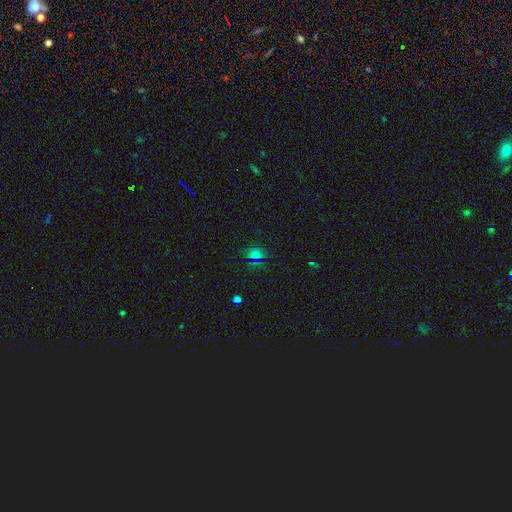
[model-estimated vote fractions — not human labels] Morphology: type=smooth (61%); roundness=round (71%); merging=none (82%).